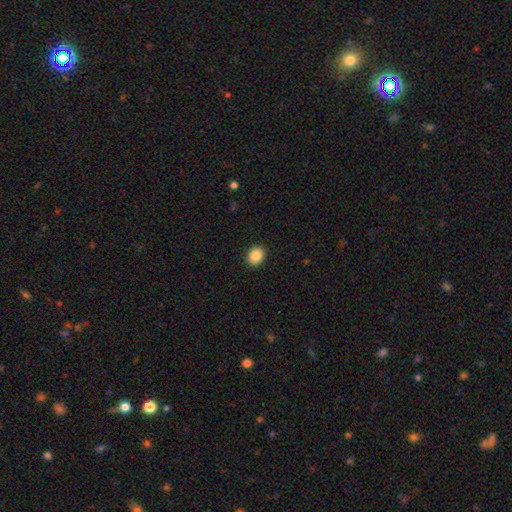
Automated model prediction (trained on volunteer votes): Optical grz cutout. It shows a smooth galaxy with no disk features (88%) that is round (65%). Merging: none (91%).